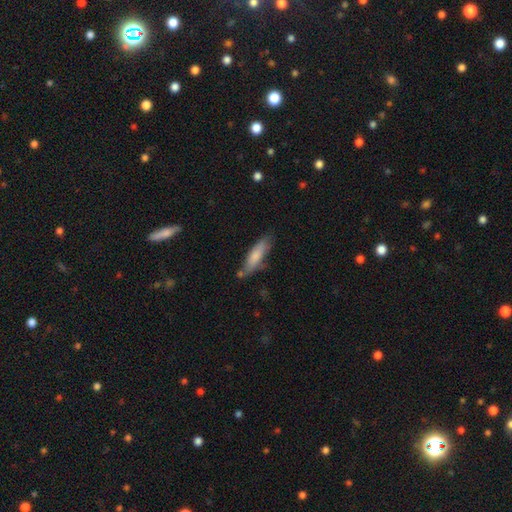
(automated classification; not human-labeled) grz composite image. It shows a smooth galaxy with no disk features (75%) that is cigar-shaped (63%). Merging: none (64%).